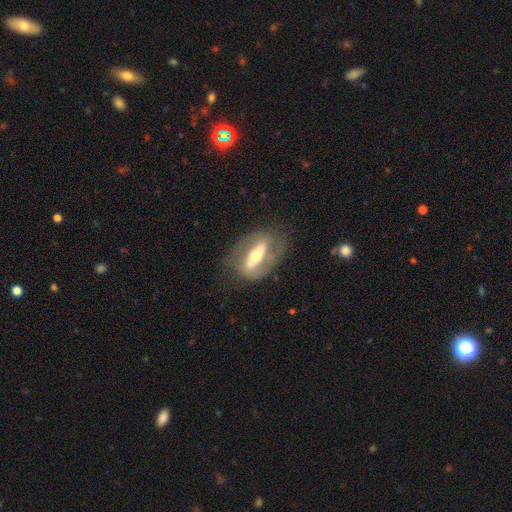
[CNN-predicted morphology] Smooth or featured: featured or disk — 74% (smooth — 21%)
Edge-on disk: no — 80% (yes — 20%)
Bar: strong — 66% (weak — 17%)
Spiral arms: yes — 56% (no — 44%)
Bulge size: moderate — 67% (small — 21%)
Merging: none — 67% (minor disturbance — 18%)